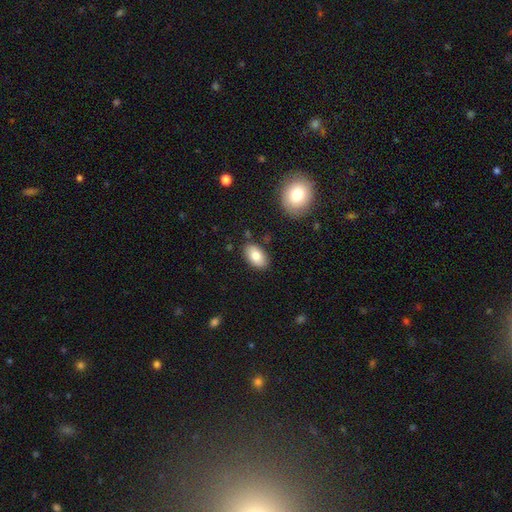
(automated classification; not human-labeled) smooth 82%, featured or disk 11%, star or artifact 7%. Down the decision tree: how rounded — in between (93%); merging — none (85%).